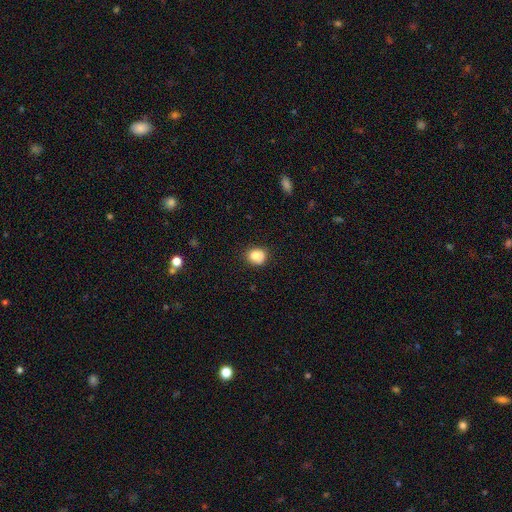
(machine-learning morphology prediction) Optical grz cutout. It shows a smooth galaxy with no disk features (80%) that is round (73%). Merging: none (73%).